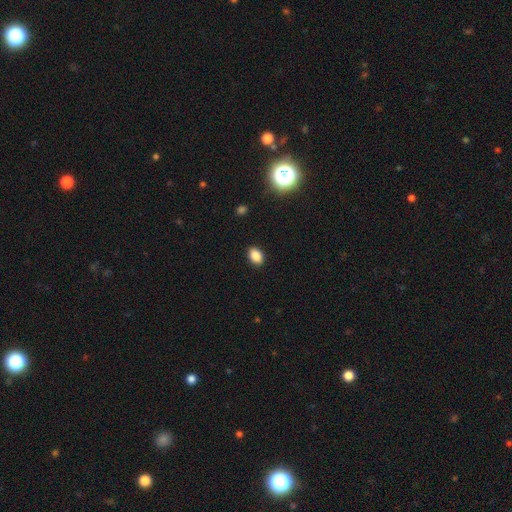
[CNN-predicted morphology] The model was most divided on "how rounded": in between: 82%, round: 17%, cigar-shaped: 1%. More confident: merging — none (89%); smooth or featured — smooth (85%).